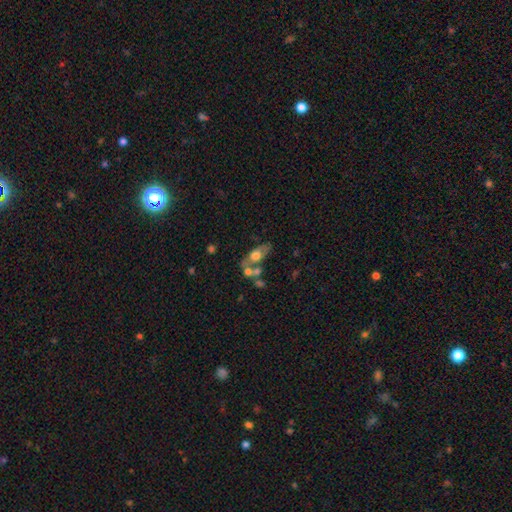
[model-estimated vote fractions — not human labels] Q: Smooth or featured?
A: smooth (48%); runner-up: featured or disk (42%)
Q: Merging?
A: merger (39%); runner-up: none (36%)